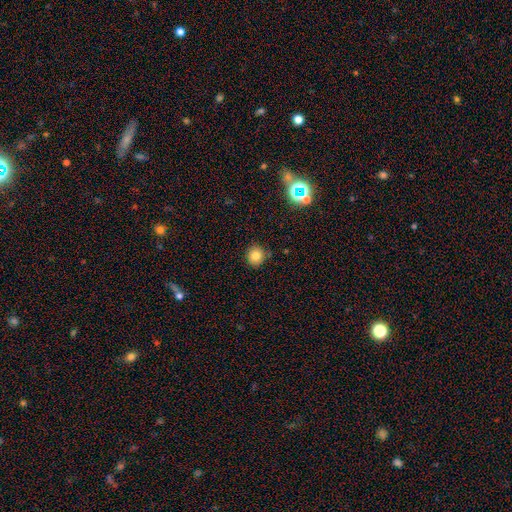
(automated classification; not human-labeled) This appears to be a smooth galaxy with no disk features (80%) that is round (91%). Merging: none (86%).